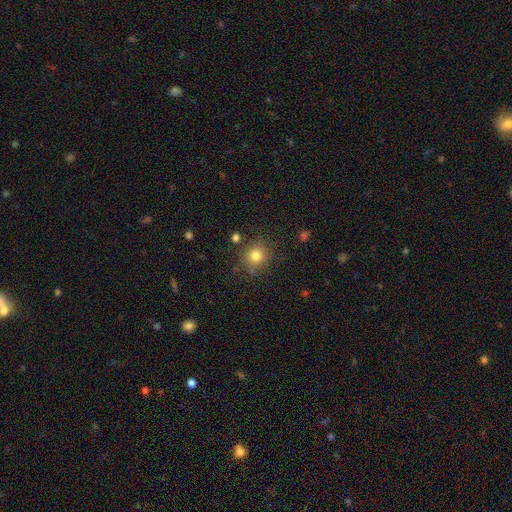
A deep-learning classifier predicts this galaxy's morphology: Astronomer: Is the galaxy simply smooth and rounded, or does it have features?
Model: smooth — 79%.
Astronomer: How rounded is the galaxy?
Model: round — 90%.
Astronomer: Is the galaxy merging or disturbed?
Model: none — 83%.